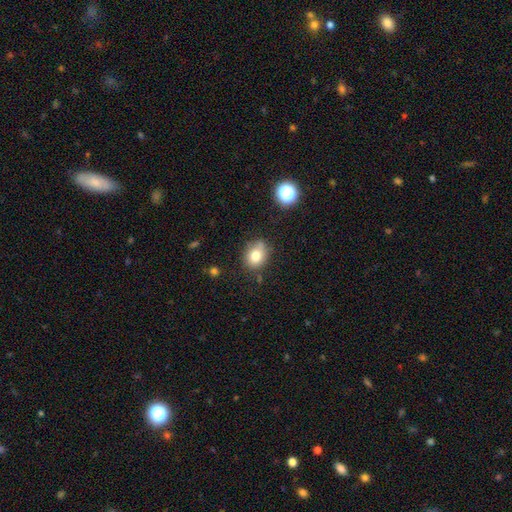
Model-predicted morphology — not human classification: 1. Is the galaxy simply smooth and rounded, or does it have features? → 78% smooth, 11% star or artifact, 11% featured or disk.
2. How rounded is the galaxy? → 50% round, 49% in between, 1% cigar-shaped.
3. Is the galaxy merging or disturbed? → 68% none, 22% minor disturbance, 5% major disturbance, 5% merger.